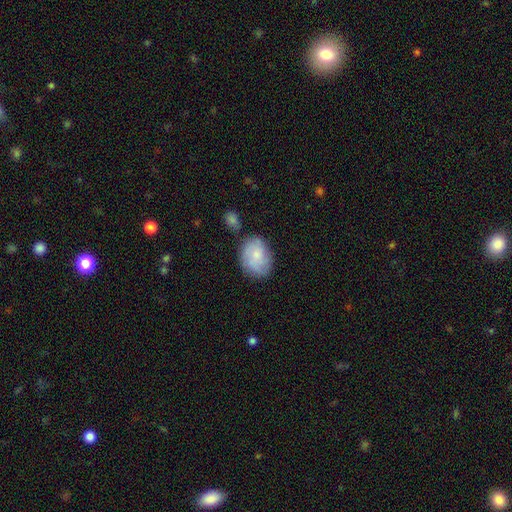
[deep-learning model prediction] This appears to be a smooth galaxy with no disk features (69%) that is in between round and cigar-shaped (70%). Merging: none (65%).